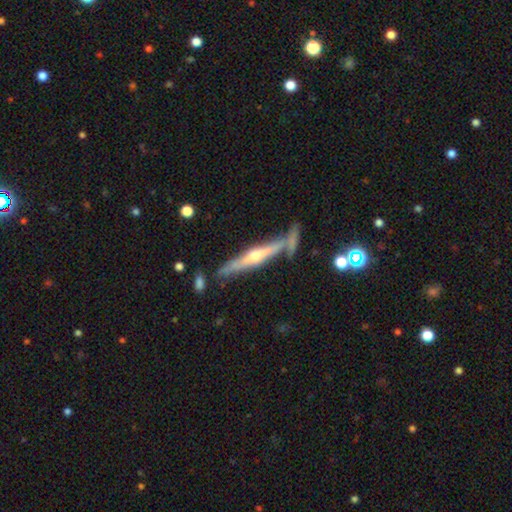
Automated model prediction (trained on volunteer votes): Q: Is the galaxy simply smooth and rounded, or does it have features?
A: featured or disk — 74%.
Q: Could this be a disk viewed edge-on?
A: yes — 94%.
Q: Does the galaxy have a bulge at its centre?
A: rounded — 83%.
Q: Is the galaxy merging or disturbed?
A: none — 67%.